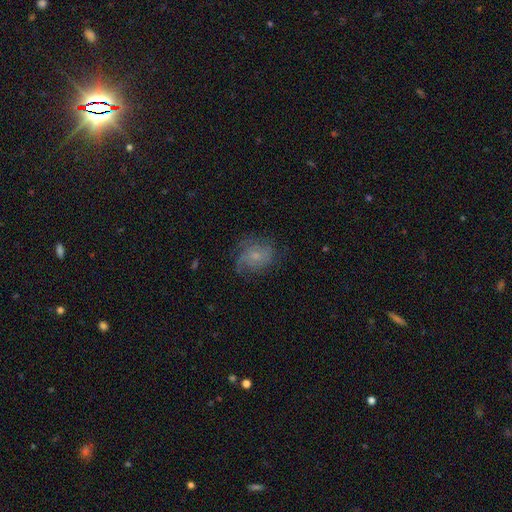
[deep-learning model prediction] featured or disk 57%, smooth 32%, star or artifact 11%. Down the decision tree: edge-on disk — no (97%); bar — no (73%); spiral arms — yes (84%); bulge size — small (69%); merging — none (62%).